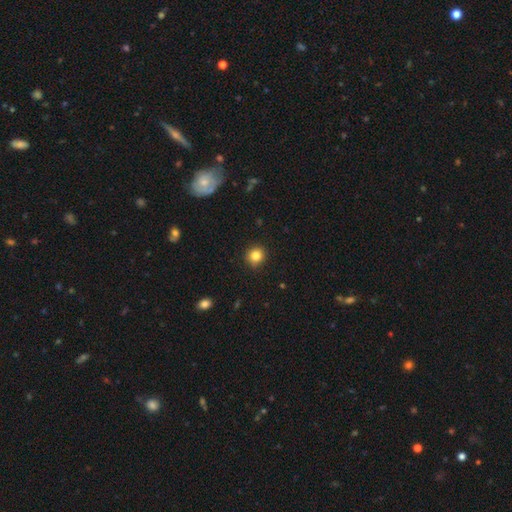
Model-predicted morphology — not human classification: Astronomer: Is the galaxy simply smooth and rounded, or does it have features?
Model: smooth — 83%.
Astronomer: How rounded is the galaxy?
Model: round — 89%.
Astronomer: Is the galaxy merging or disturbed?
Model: none — 88%.